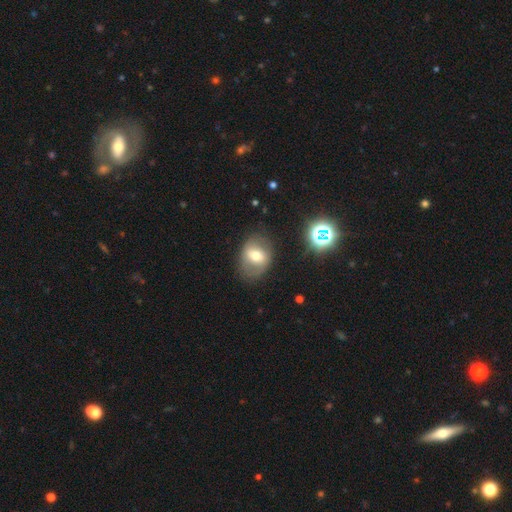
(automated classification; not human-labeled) A smooth galaxy with no disk features (54%) that is in between round and cigar-shaped (58%).

Vote fractions:
- Smooth or featured? smooth: 54% / featured or disk: 35% / star or artifact: 11%
- How rounded? in between: 58% / round: 41% / cigar-shaped: 1%
- Merging? none: 74% / minor disturbance: 17% / major disturbance: 8% / merger: 2%